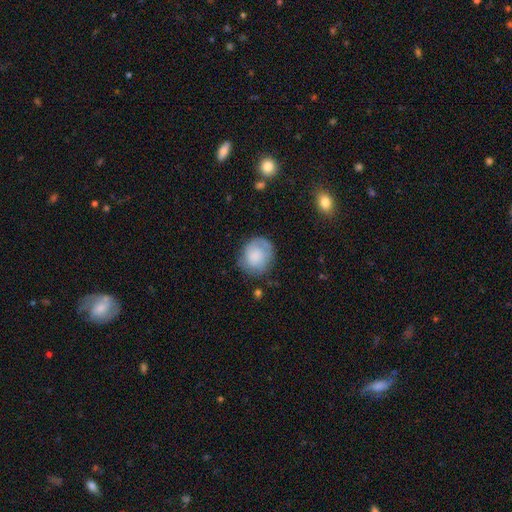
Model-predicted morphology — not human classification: Q: Smooth or featured?
A: smooth (73%); runner-up: featured or disk (20%)
Q: How rounded?
A: round (74%); runner-up: in between (25%)
Q: Merging?
A: none (64%); runner-up: minor disturbance (24%)